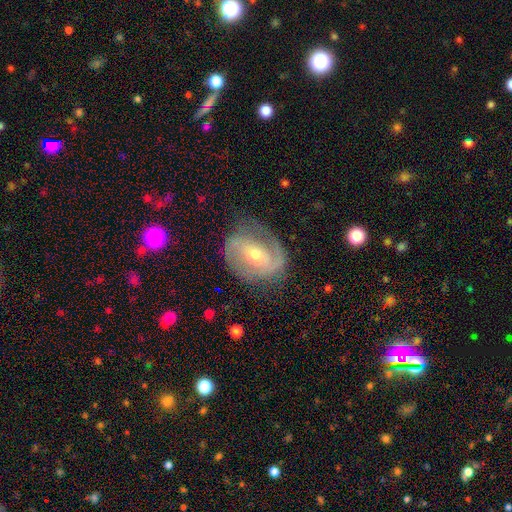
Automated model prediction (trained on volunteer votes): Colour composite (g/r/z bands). It shows a featured or disk galaxy (83%) with a weak bar (42%), 2 (80%) medium (47%) spiral arms (92%) and a moderate central bulge (57%). Merging: none (70%).